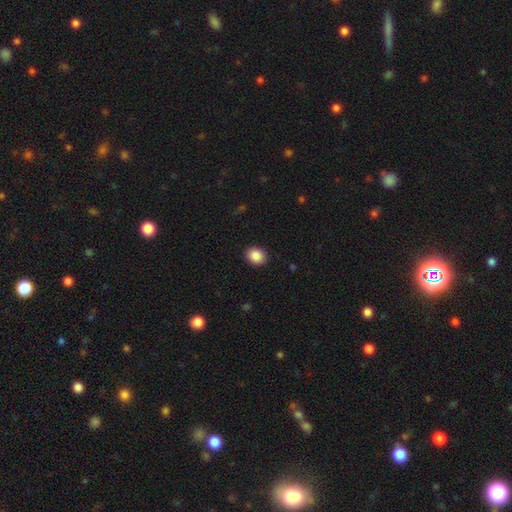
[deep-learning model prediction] Smooth or featured? Predicted: smooth (p=0.89). How rounded? Predicted: round (p=0.56). Merging? Predicted: none (p=0.91).